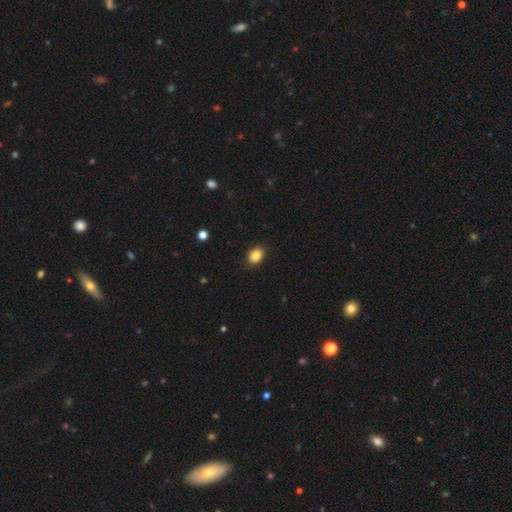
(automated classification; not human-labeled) smooth_or_featured: smooth (p=0.85) [alt: star or artifact p=0.09]
how_rounded: in between (p=0.60) [alt: round p=0.39]
merging: none (p=0.88) [alt: minor disturbance p=0.09]